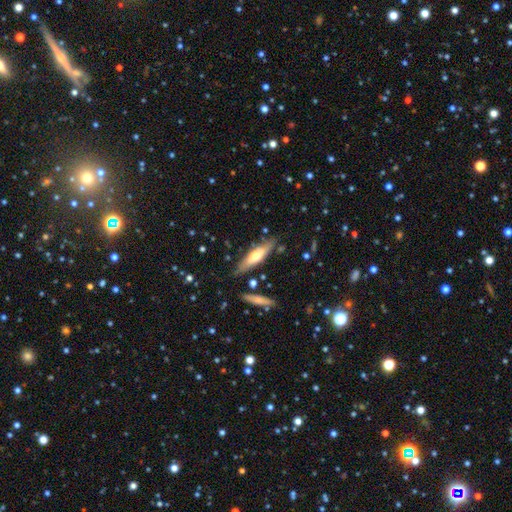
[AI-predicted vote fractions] smooth 49%, featured or disk 45%, star or artifact 6%. Down the decision tree: merging — none (80%).